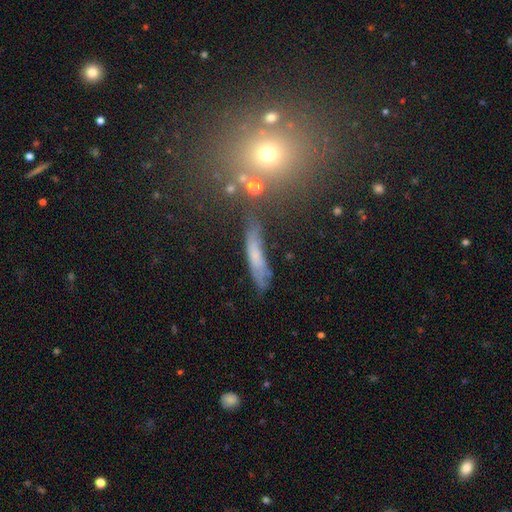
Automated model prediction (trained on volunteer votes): Overall: smooth (48%; featured or disk 38%). Merging: none (58%; minor disturbance 25%).